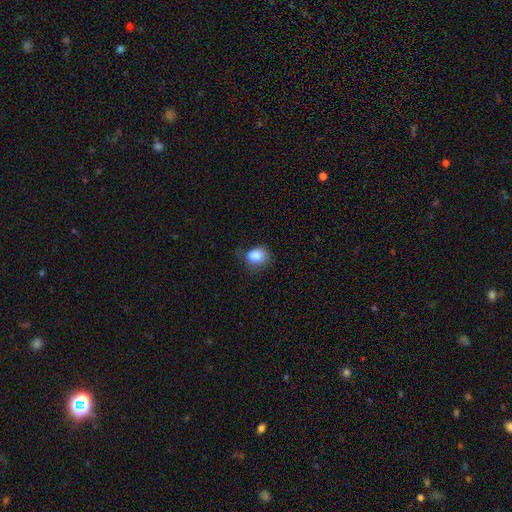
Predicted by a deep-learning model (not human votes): Q: Smooth or featured?
A: smooth (86%); runner-up: star or artifact (8%)
Q: How rounded?
A: round (55%); runner-up: in between (44%)
Q: Merging?
A: none (56%); runner-up: minor disturbance (30%)